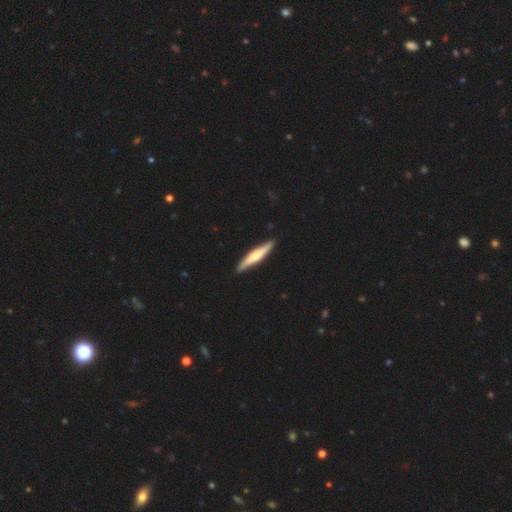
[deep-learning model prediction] Smooth or featured: featured or disk — 52% (smooth — 43%)
Edge-on disk: yes — 94% (no — 6%)
Merging: none — 90% (minor disturbance — 7%)